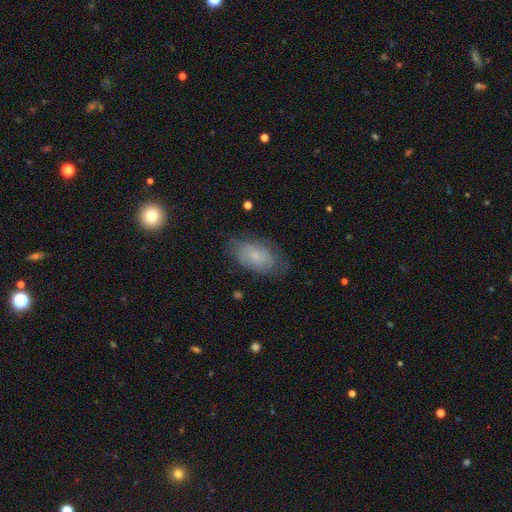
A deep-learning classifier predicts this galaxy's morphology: smooth_or_featured: smooth (p=0.62) [alt: featured or disk p=0.30]
how_rounded: in between (p=0.93) [alt: round p=0.05]
merging: none (p=0.71) [alt: minor disturbance p=0.21]